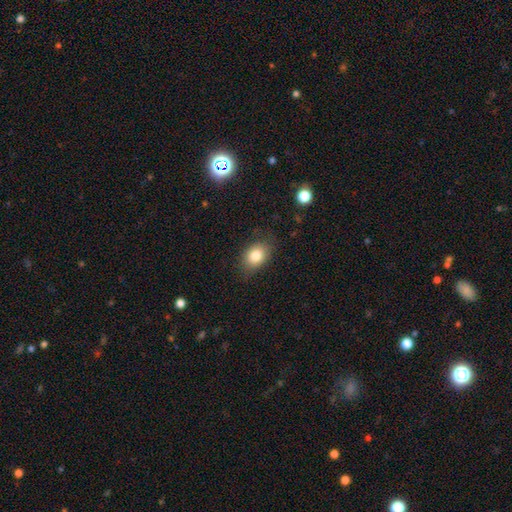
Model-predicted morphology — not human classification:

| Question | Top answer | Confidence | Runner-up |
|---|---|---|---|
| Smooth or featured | smooth | 81% | featured or disk (9%) |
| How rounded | in between | 68% | round (30%) |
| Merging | none | 77% | minor disturbance (17%) |